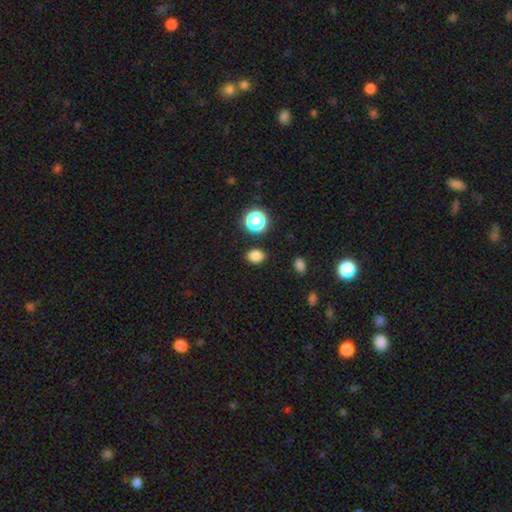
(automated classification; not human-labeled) Morphology: type=smooth (81%); roundness=in between (55%); merging=none (87%).